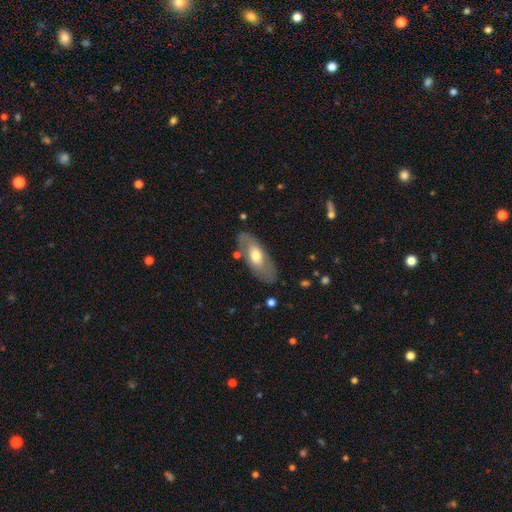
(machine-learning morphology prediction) smooth_or_featured: smooth (p=0.54) [alt: featured or disk p=0.40]
how_rounded: in between (p=0.83) [alt: cigar-shaped p=0.14]
merging: none (p=0.76) [alt: minor disturbance p=0.16]